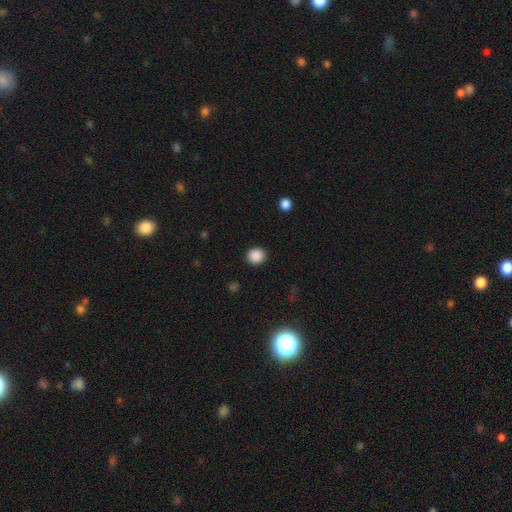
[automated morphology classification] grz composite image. It shows a smooth galaxy with no disk features (88%) that is round (83%). Merging: none (90%).